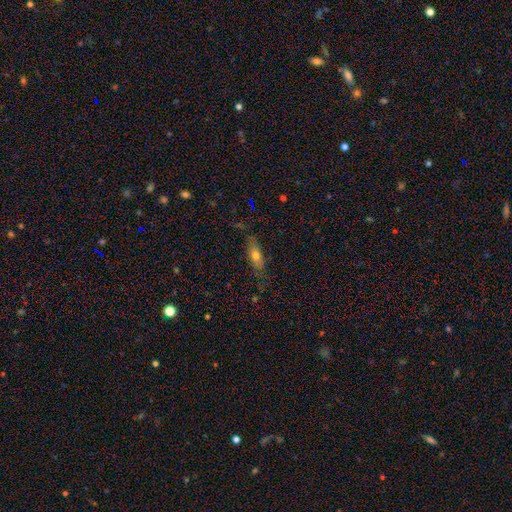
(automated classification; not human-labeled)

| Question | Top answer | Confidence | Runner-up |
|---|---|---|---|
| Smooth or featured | smooth | 66% | featured or disk (25%) |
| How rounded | in between | 58% | cigar-shaped (38%) |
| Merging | none | 71% | minor disturbance (20%) |